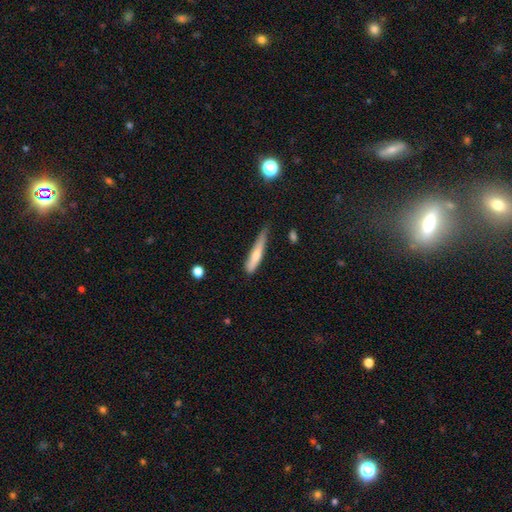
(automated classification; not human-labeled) Smooth or featured?
  - smooth: 70% *
  - featured or disk: 24%
  - star or artifact: 6%
How rounded?
  - cigar-shaped: 89% *
  - in between: 10%
  - round: 2%
Merging?
  - none: 49% *
  - minor disturbance: 38%
  - major disturbance: 10%
  - merger: 3%